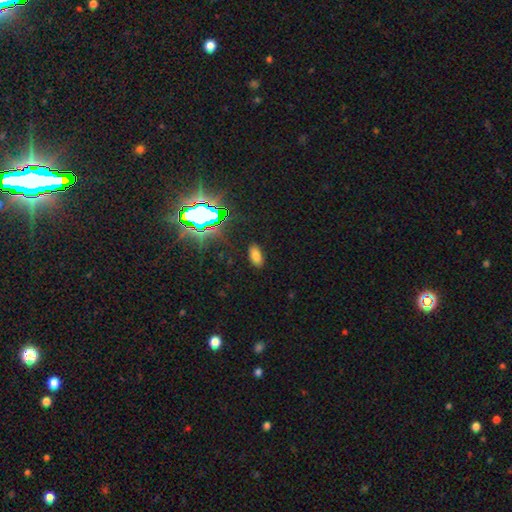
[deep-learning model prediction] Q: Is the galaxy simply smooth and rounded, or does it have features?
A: smooth — 68%.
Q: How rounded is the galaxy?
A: in between — 91%.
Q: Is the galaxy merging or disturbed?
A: none — 88%.